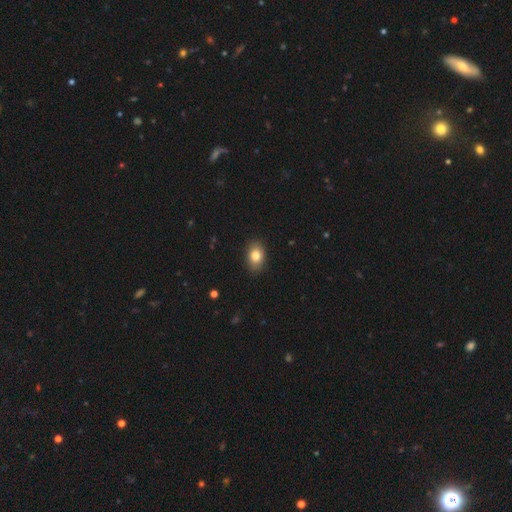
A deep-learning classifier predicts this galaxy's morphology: smooth_or_featured: smooth (p=0.82) [alt: featured or disk p=0.10]
how_rounded: in between (p=0.80) [alt: round p=0.18]
merging: none (p=0.88) [alt: minor disturbance p=0.09]